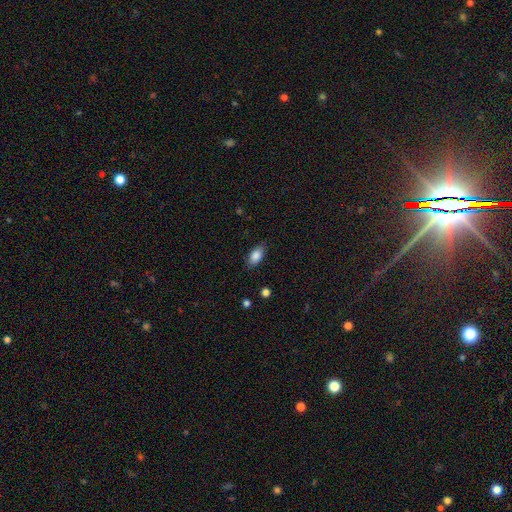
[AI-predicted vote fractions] Q: Smooth or featured?
A: smooth (86%); runner-up: star or artifact (7%)
Q: How rounded?
A: in between (90%); runner-up: cigar-shaped (6%)
Q: Merging?
A: none (82%); runner-up: minor disturbance (14%)